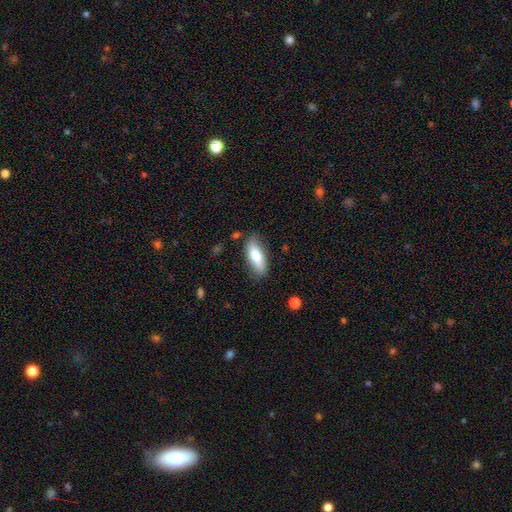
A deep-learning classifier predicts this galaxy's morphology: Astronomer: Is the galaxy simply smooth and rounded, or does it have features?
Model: smooth — 74%.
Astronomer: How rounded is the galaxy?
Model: in between — 69%.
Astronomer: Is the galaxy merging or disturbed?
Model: none — 80%.